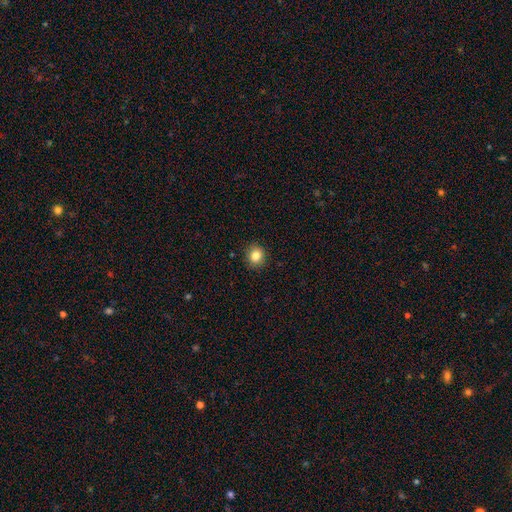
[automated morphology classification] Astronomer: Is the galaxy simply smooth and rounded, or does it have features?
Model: smooth — 84%.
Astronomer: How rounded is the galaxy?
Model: round — 82%.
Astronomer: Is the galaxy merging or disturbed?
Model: none — 90%.